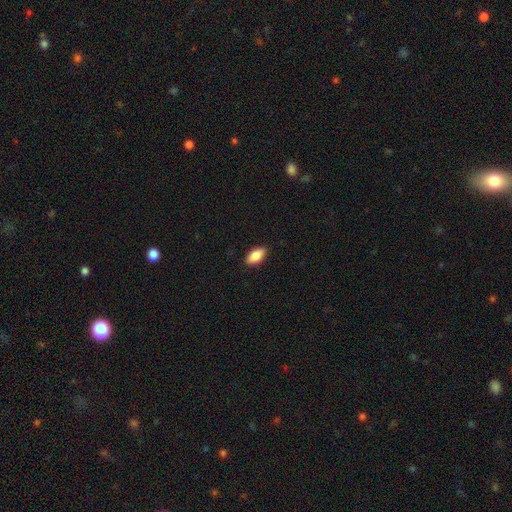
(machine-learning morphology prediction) Smooth or featured: smooth — 87% (featured or disk — 7%)
How rounded: in between — 92% (cigar-shaped — 5%)
Merging: none — 90% (minor disturbance — 8%)